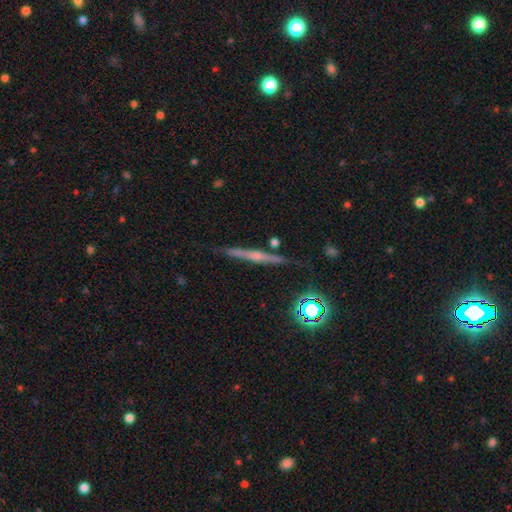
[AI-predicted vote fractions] Morphology: type=featured or disk (64%); edge-on=yes (97%); edge-on bulge=rounded (60%); merging=none (85%).